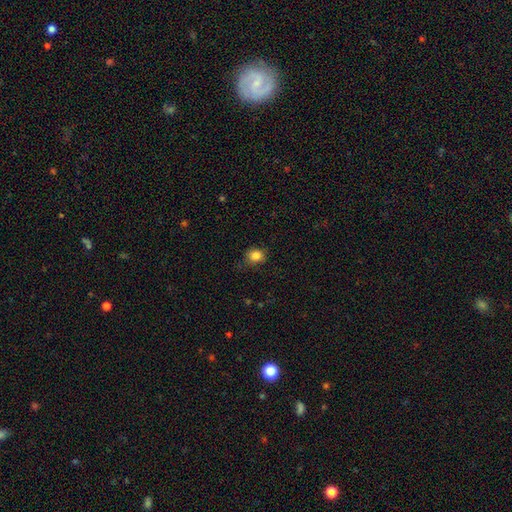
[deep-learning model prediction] Smooth or featured? smooth (85%)
How rounded? round (73%)
Merging? none (74%)